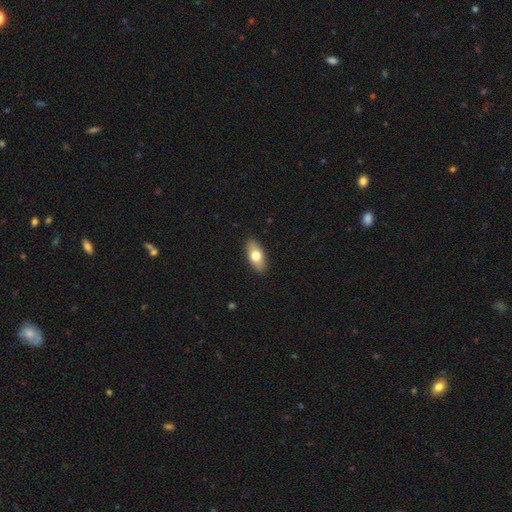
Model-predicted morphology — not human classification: Overall: smooth (70%). How rounded: in between (84%). Merging: none (90%).